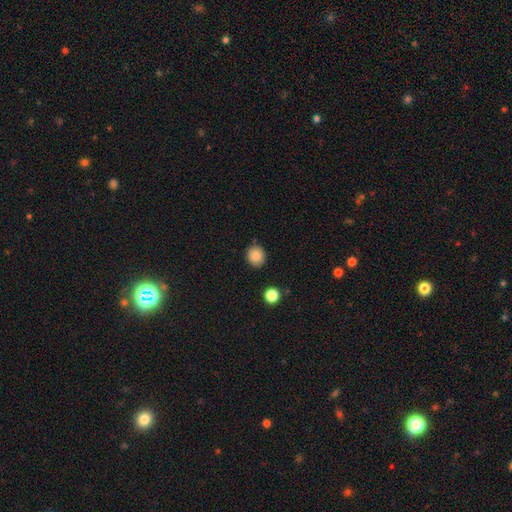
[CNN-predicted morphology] Smooth or featured? smooth (85%)
How rounded? round (81%)
Merging? none (87%)